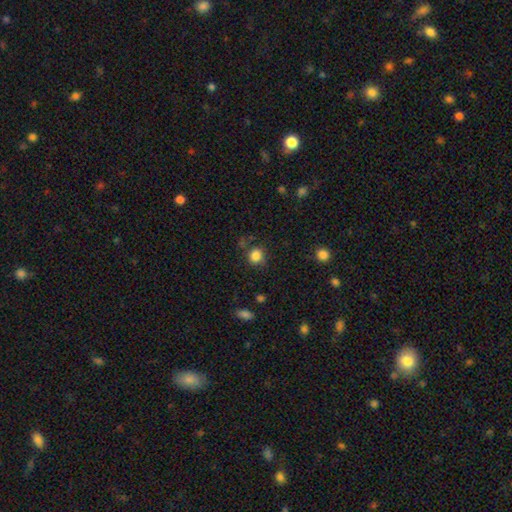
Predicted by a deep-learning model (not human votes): Overall: smooth (84%). How rounded: round (83%). Merging: none (79%).